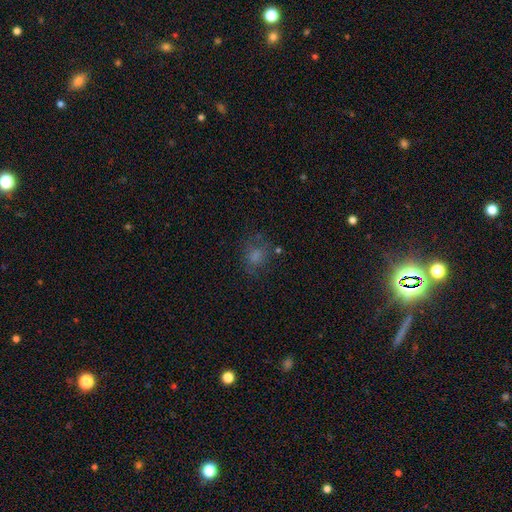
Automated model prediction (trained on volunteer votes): Q: Smooth or featured?
A: smooth (67%); runner-up: star or artifact (18%)
Q: How rounded?
A: round (56%); runner-up: in between (43%)
Q: Merging?
A: none (62%); runner-up: minor disturbance (20%)